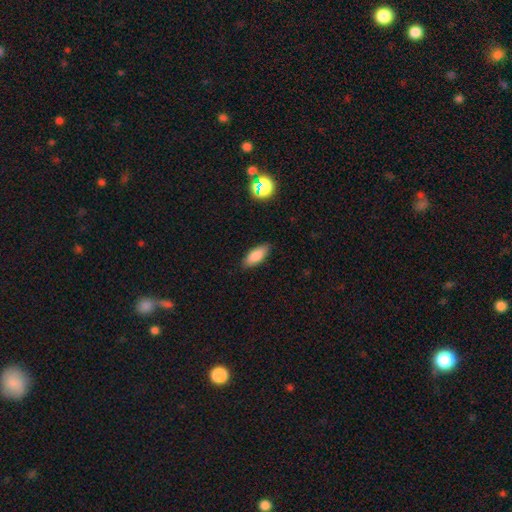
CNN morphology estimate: This appears to be a smooth galaxy with no disk features (83%) that is in between round and cigar-shaped (78%). Merging: none (87%).